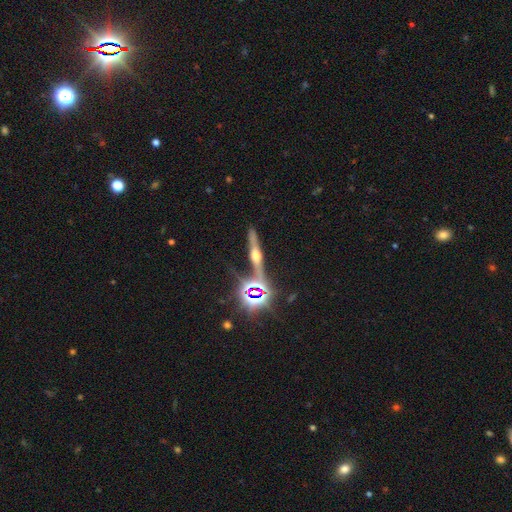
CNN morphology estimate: Smooth or featured? featured or disk (63%)
Edge-on disk? yes (92%)
Edge-on bulge? rounded (93%)
Merging? none (80%)